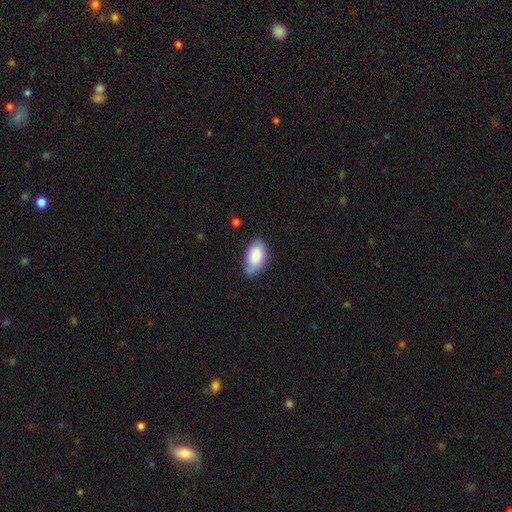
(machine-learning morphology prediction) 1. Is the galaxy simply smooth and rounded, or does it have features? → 84% smooth, 9% featured or disk, 6% star or artifact.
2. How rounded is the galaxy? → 94% in between, 4% round, 2% cigar-shaped.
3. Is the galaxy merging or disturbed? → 57% none, 33% minor disturbance, 7% major disturbance, 3% merger.